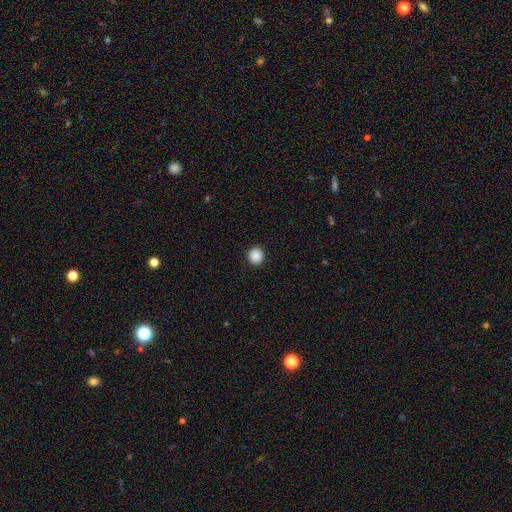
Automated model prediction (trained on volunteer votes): A smooth galaxy with no disk features (89%) that is round (91%). Merging: none (92%).